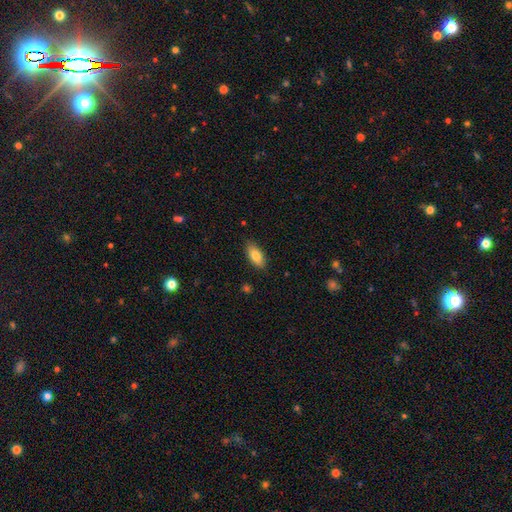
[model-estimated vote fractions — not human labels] Smooth or featured? smooth (80%)
How rounded? in between (88%)
Merging? none (86%)